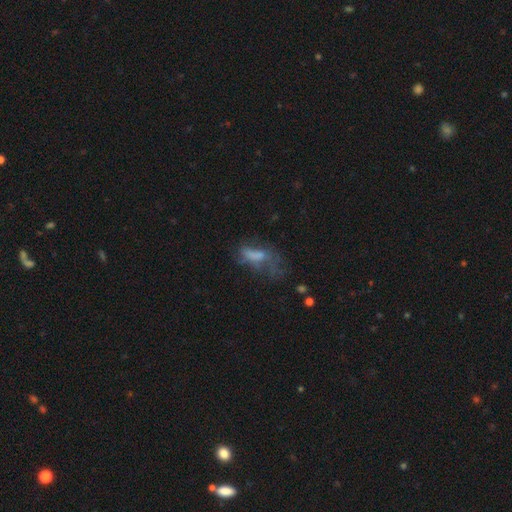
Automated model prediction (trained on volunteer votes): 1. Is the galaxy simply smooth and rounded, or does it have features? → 52% smooth, 32% featured or disk, 16% star or artifact.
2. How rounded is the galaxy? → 73% in between, 21% cigar-shaped, 6% round.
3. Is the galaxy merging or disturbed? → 46% major disturbance, 27% none, 20% minor disturbance, 7% merger.